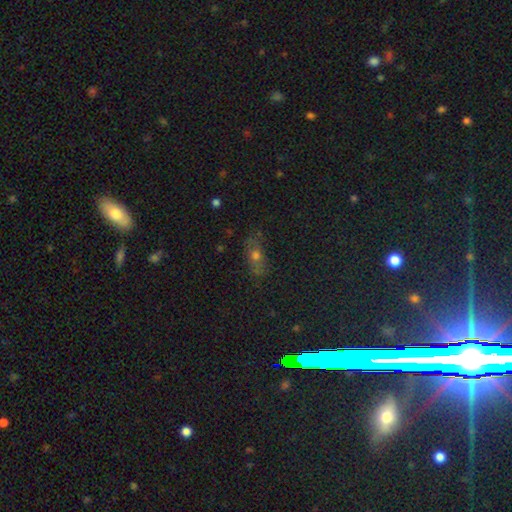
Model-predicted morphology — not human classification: Smooth or featured? Predicted: smooth (p=0.51). How rounded? Predicted: in between (p=0.64). Merging? Predicted: none (p=0.70).